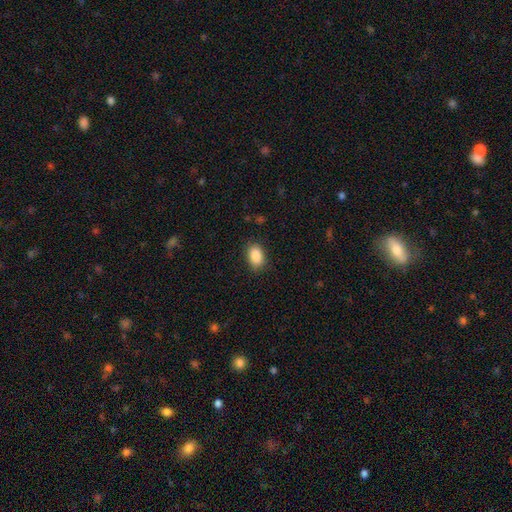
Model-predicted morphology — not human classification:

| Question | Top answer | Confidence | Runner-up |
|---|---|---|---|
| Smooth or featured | smooth | 88% | star or artifact (8%) |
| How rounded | in between | 87% | round (12%) |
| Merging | none | 86% | minor disturbance (10%) |